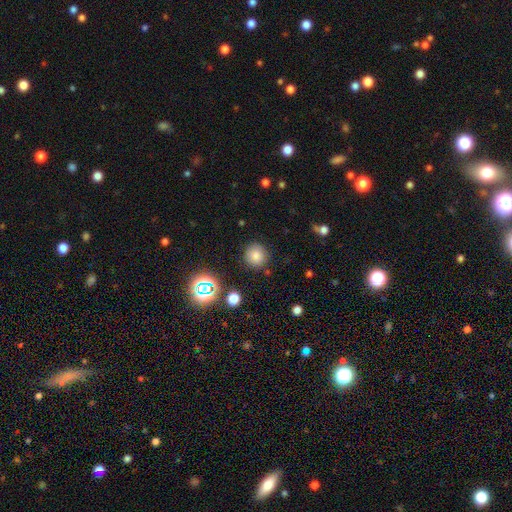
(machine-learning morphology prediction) Smooth or featured: smooth — 76% (star or artifact — 17%)
How rounded: round — 92% (in between — 7%)
Merging: none — 86% (minor disturbance — 8%)